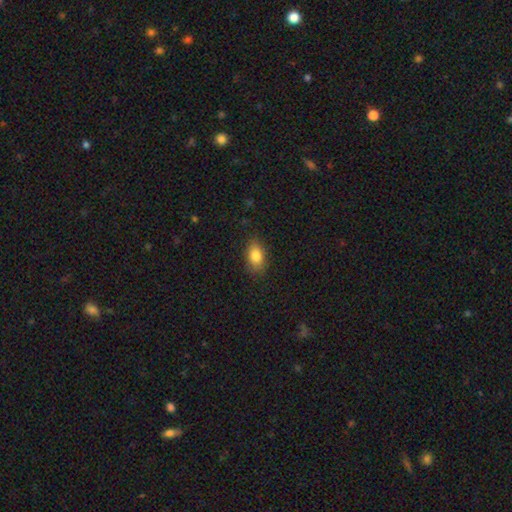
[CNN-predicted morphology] A smooth galaxy with no disk features (84%) that is in between round and cigar-shaped (87%).

Vote fractions:
- Smooth or featured? smooth: 84% / star or artifact: 8% / featured or disk: 7%
- How rounded? in between: 87% / round: 10% / cigar-shaped: 3%
- Merging? none: 84% / minor disturbance: 12% / major disturbance: 3% / merger: 1%